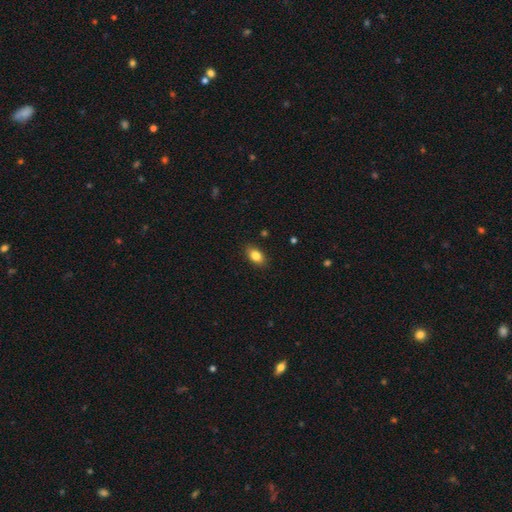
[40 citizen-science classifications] This is clearly a smooth galaxy (88%). How rounded: clearly in between (97%). Merging: clearly none (88%).